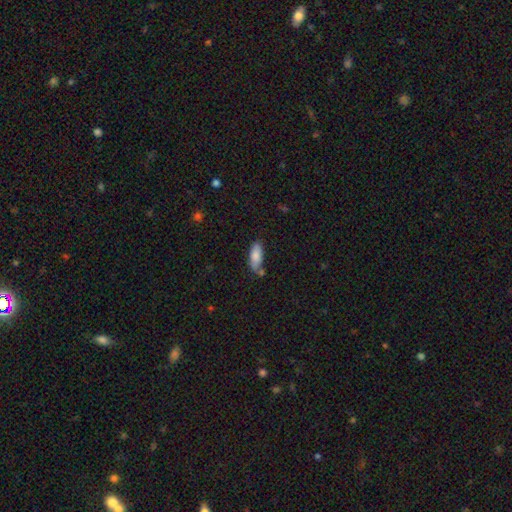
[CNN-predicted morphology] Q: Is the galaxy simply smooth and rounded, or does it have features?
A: smooth — 83%.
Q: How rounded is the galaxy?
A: in between — 75%.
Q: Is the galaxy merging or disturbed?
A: none — 61%.